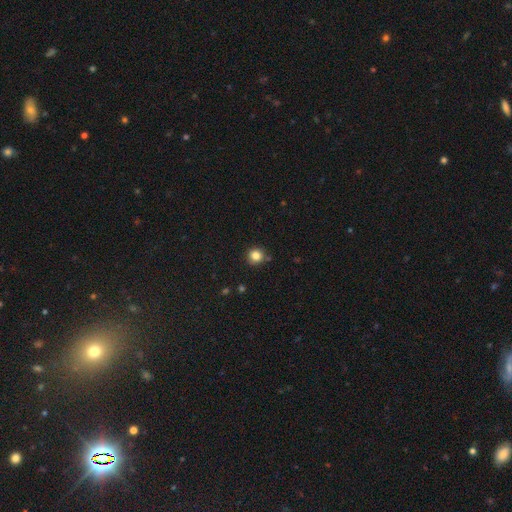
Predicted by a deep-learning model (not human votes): Morphology: type=smooth (83%); roundness=round (93%); merging=none (86%).